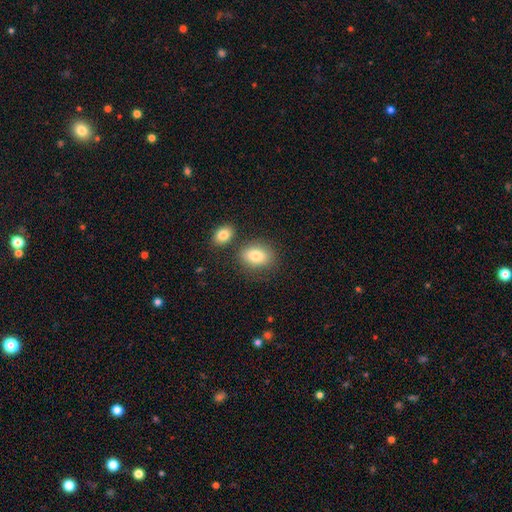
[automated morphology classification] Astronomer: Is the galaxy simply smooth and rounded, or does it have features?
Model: smooth — 83%.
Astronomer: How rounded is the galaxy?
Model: in between — 78%.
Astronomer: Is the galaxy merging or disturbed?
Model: none — 69%.